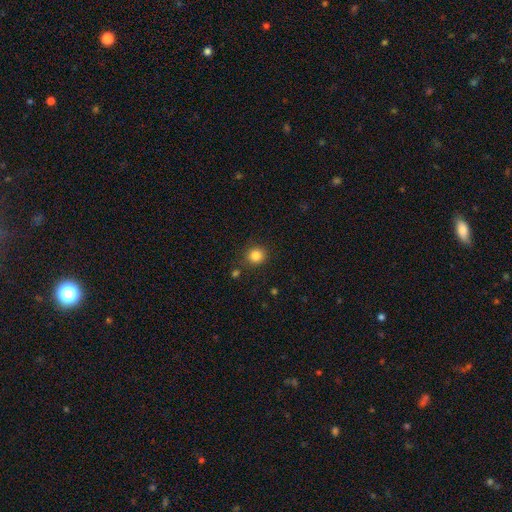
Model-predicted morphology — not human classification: Overall: smooth (84%). How rounded: round (91%). Merging: none (86%).